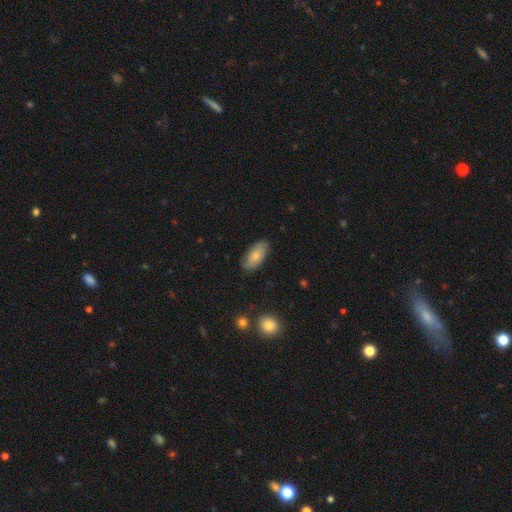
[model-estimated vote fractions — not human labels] Smooth or featured?
  - smooth: 73% *
  - featured or disk: 21%
  - star or artifact: 6%
How rounded?
  - in between: 89% *
  - cigar-shaped: 9%
  - round: 3%
Merging?
  - none: 82% *
  - minor disturbance: 14%
  - major disturbance: 3%
  - merger: 1%